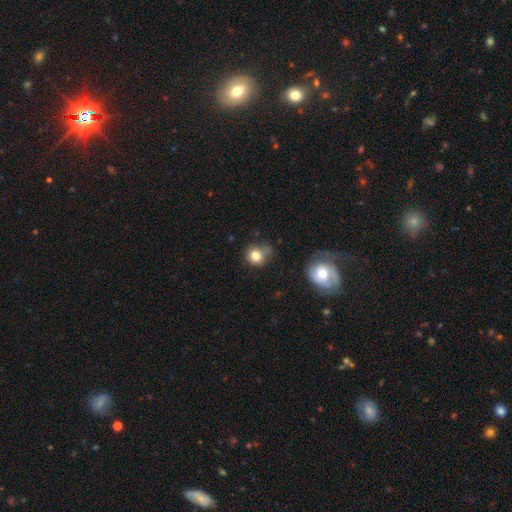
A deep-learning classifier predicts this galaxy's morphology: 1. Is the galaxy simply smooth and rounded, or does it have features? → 79% smooth, 11% star or artifact, 10% featured or disk.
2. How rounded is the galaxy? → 81% round, 18% in between, 1% cigar-shaped.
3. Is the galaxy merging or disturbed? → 55% none, 29% minor disturbance, 10% major disturbance, 6% merger.